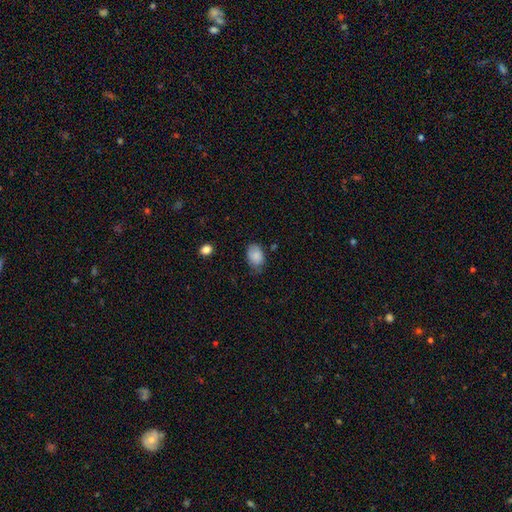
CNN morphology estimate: Q: Smooth or featured?
A: smooth (85%); runner-up: featured or disk (8%)
Q: How rounded?
A: in between (84%); runner-up: round (15%)
Q: Merging?
A: none (60%); runner-up: minor disturbance (31%)